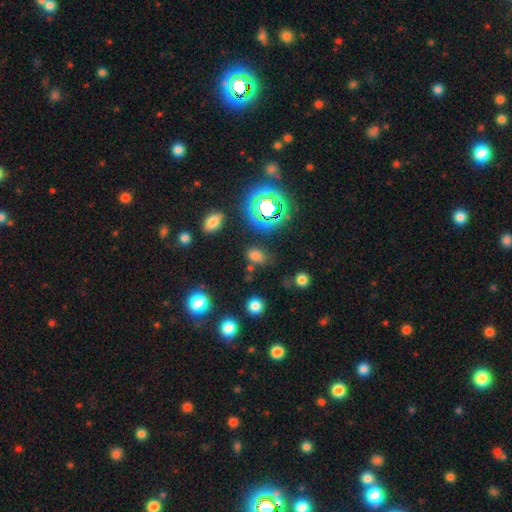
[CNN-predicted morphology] Q: Smooth or featured?
A: smooth (67%); runner-up: star or artifact (26%)
Q: How rounded?
A: in between (80%); runner-up: round (17%)
Q: Merging?
A: none (70%); runner-up: minor disturbance (17%)